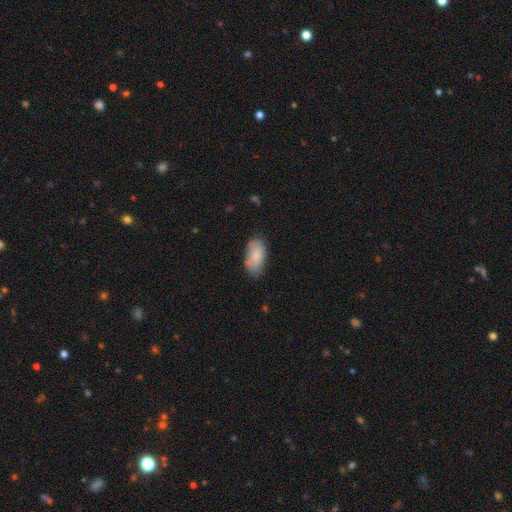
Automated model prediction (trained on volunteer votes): Morphology: type=smooth (81%); roundness=in between (94%); merging=none (75%).